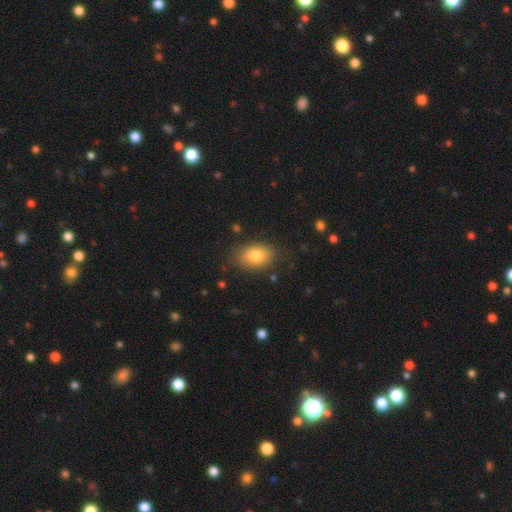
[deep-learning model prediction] Smooth or featured? Predicted: smooth (p=0.80). How rounded? Predicted: in between (p=0.87). Merging? Predicted: none (p=0.82).